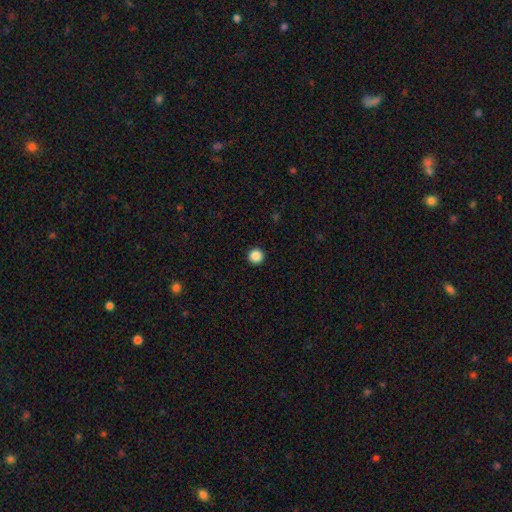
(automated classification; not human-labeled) A smooth galaxy with no disk features (87%) that is round (97%).

Vote fractions:
- Smooth or featured? smooth: 87% / star or artifact: 10% / featured or disk: 3%
- How rounded? round: 97% / in between: 2% / cigar-shaped: 1%
- Merging? none: 94% / minor disturbance: 4% / major disturbance: 1% / merger: 1%